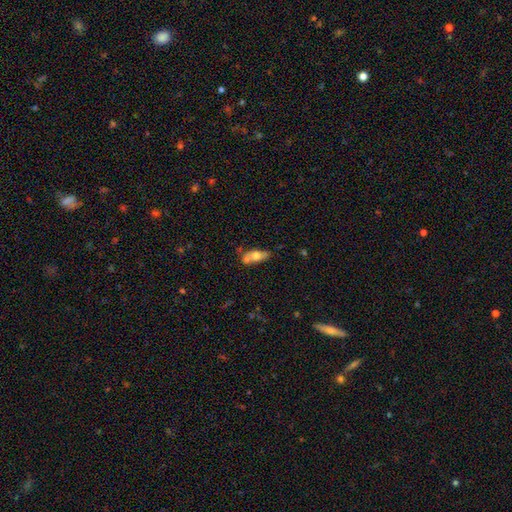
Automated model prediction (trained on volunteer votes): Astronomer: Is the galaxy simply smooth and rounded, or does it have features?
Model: smooth — 58% (runner-up: featured or disk, 35%).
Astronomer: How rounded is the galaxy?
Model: in between — 74%.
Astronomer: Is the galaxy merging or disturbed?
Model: none — 46% (runner-up: merger, 27%).